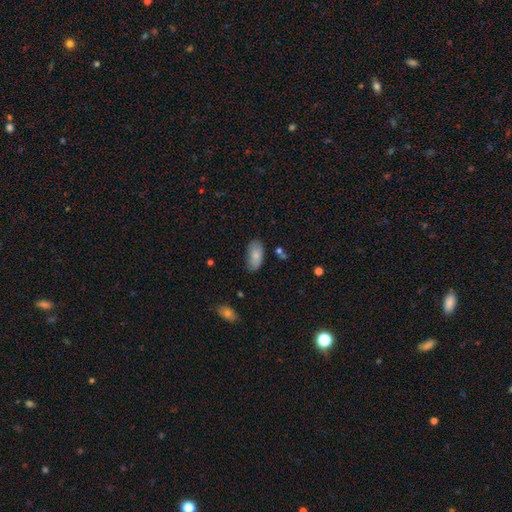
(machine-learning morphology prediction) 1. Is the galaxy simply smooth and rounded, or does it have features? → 79% smooth, 14% featured or disk, 7% star or artifact.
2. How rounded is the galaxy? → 94% in between, 3% cigar-shaped, 3% round.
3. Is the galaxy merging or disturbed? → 66% none, 26% minor disturbance, 5% major disturbance, 3% merger.